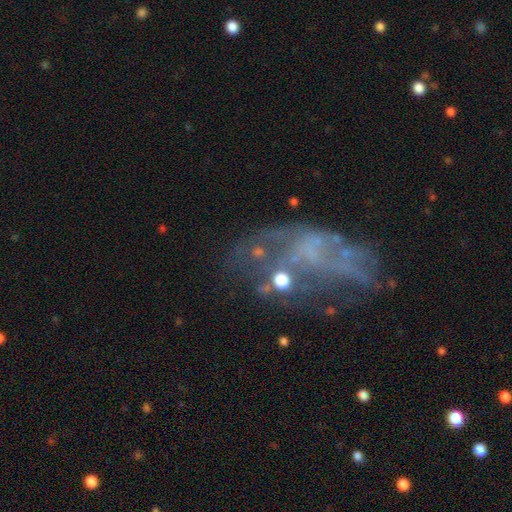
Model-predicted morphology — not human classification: Smooth or featured? featured or disk (55%)
Edge-on disk? no (95%)
Bar? no (84%)
Spiral arms? no (75%)
Bulge size? none (68%)
Merging? none (37%)